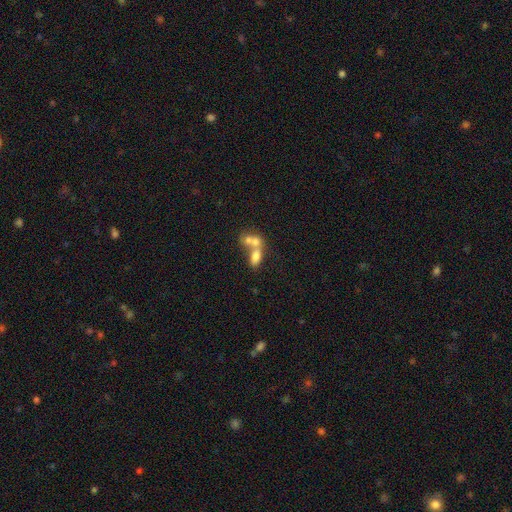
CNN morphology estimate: Q: Smooth or featured?
A: smooth (67%); runner-up: featured or disk (22%)
Q: How rounded?
A: in between (79%); runner-up: round (17%)
Q: Merging?
A: merger (69%); runner-up: none (20%)